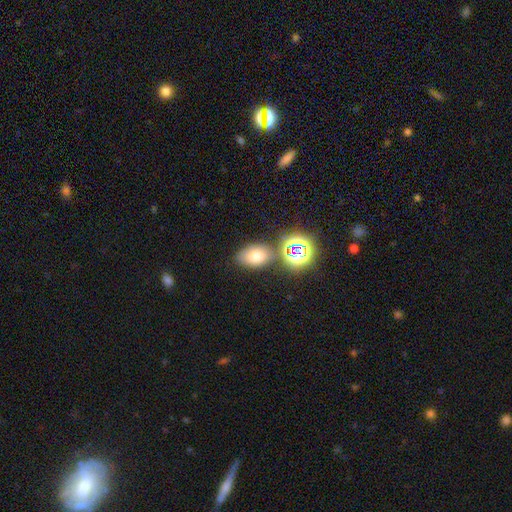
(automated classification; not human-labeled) Smooth or featured? smooth (66%)
How rounded? in between (76%)
Merging? none (71%)